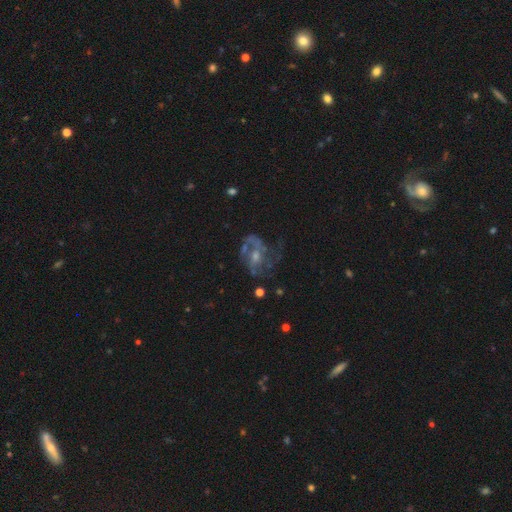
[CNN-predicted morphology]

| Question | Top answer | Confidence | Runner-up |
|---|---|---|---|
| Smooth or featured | featured or disk | 76% | star or artifact (13%) |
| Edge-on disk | no | 97% | yes (3%) |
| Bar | no | 55% | weak (36%) |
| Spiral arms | yes | 83% | no (17%) |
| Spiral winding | medium | 48% | loose (31%) |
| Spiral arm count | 2 | 44% | can't tell (22%) |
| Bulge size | small | 45% | moderate (44%) |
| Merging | none | 52% | major disturbance (26%) |